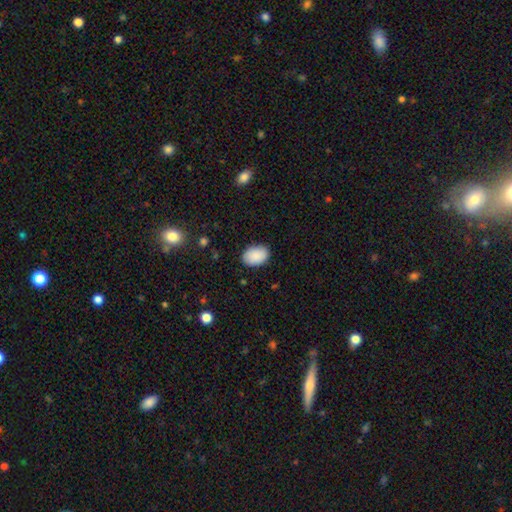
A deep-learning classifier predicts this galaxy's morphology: Smooth or featured? smooth (90%)
How rounded? in between (85%)
Merging? none (86%)